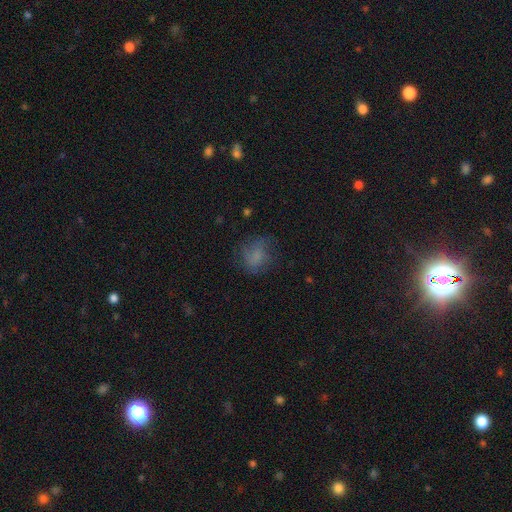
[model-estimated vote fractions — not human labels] A smooth galaxy with no disk features (58%) that is round (60%). Merging: none (60%).